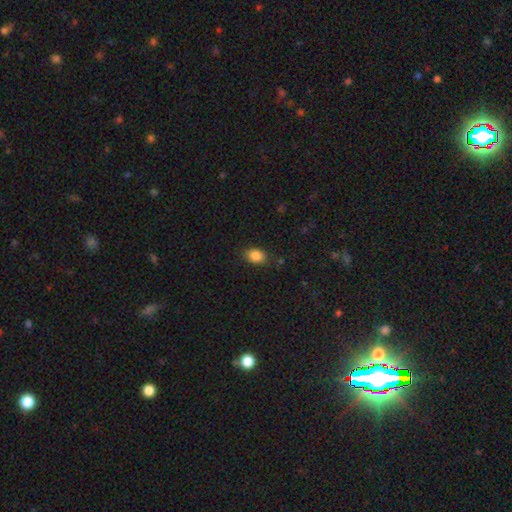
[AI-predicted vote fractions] Q: Smooth or featured?
A: smooth (86%); runner-up: star or artifact (9%)
Q: How rounded?
A: in between (78%); runner-up: round (21%)
Q: Merging?
A: none (85%); runner-up: minor disturbance (11%)